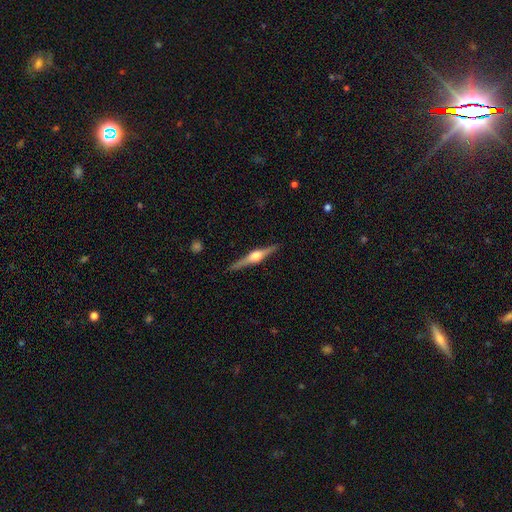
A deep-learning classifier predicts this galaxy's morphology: Q: Smooth or featured?
A: featured or disk (81%); runner-up: smooth (14%)
Q: Edge-on disk?
A: yes (98%); runner-up: no (2%)
Q: Edge-on bulge?
A: rounded (93%); runner-up: boxy (5%)
Q: Merging?
A: none (90%); runner-up: minor disturbance (7%)